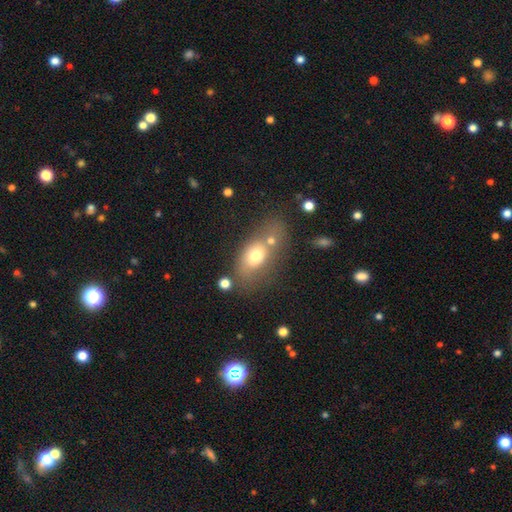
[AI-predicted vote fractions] Smooth or featured: smooth — 67% (featured or disk — 22%)
How rounded: in between — 78% (round — 19%)
Merging: none — 36% (merger — 34%)